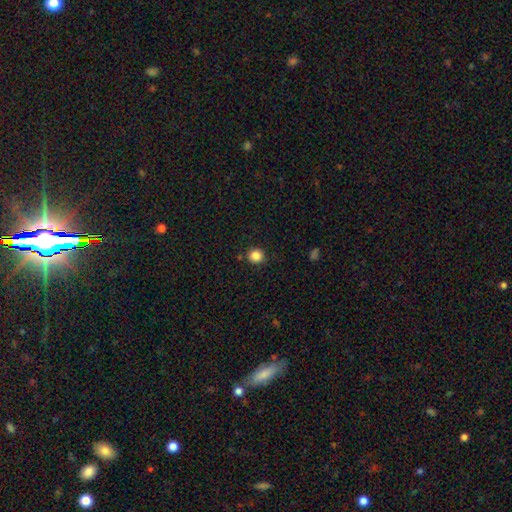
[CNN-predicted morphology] Smooth or featured?
  - smooth: 85% *
  - star or artifact: 11%
  - featured or disk: 4%
How rounded?
  - round: 90% *
  - in between: 9%
  - cigar-shaped: 1%
Merging?
  - none: 88% *
  - minor disturbance: 7%
  - merger: 3%
  - major disturbance: 2%